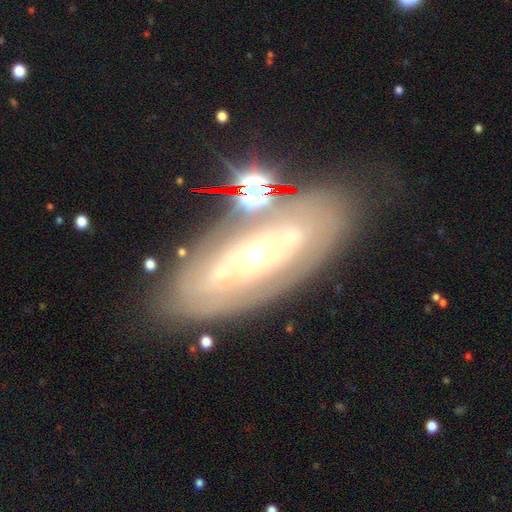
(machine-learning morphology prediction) Smooth or featured? Predicted: featured or disk (p=0.75). Edge-on disk? Predicted: no (p=0.84). Bar? Predicted: no (p=0.69). Spiral arms? Predicted: yes (p=0.52). Bulge size? Predicted: moderate (p=0.56). Merging? Predicted: none (p=0.71).